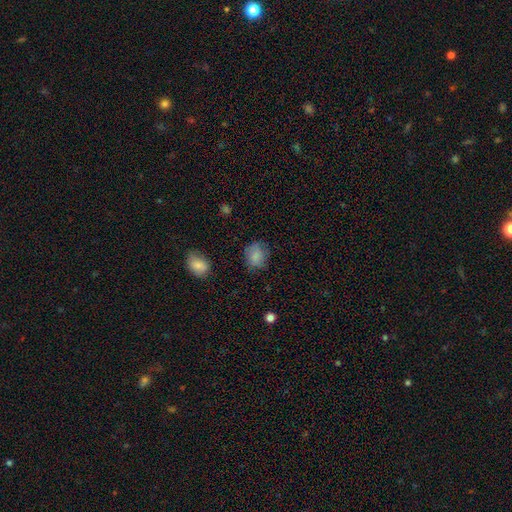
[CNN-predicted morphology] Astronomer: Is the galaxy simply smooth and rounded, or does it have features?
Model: smooth — 82%.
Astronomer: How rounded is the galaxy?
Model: round — 56% (runner-up: in between, 43%).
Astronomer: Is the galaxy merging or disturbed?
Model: none — 69%.